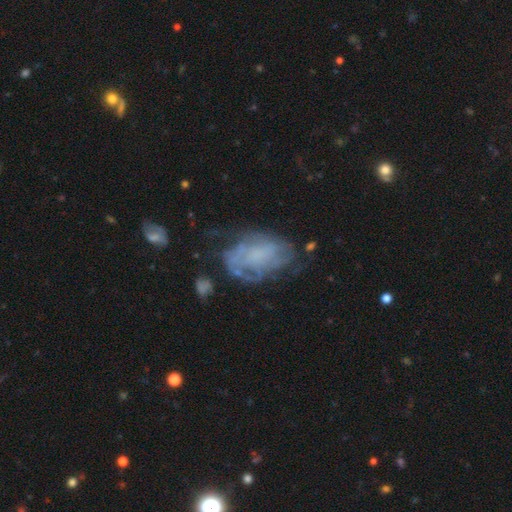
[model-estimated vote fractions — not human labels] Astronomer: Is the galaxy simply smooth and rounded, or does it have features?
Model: featured or disk — 61%.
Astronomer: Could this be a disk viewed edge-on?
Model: no — 96%.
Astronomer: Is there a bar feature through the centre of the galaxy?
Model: no — 72%.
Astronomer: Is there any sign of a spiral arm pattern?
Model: yes — 60% (runner-up: no, 40%).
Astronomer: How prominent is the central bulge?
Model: none — 57%.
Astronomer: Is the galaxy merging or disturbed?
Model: none — 47% (runner-up: minor disturbance, 26%).